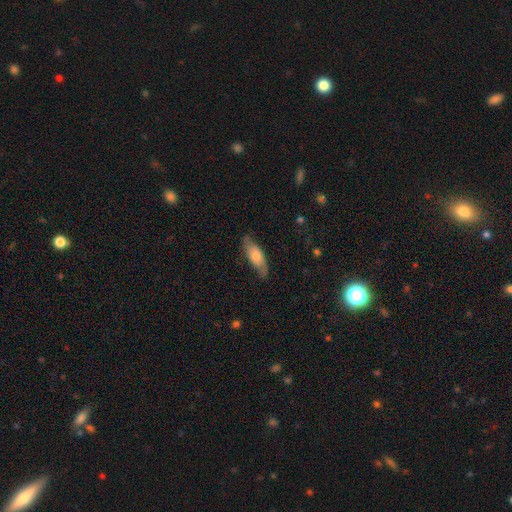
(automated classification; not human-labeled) Smooth or featured? Predicted: smooth (p=0.61). How rounded? Predicted: in between (p=0.66). Merging? Predicted: none (p=0.75).